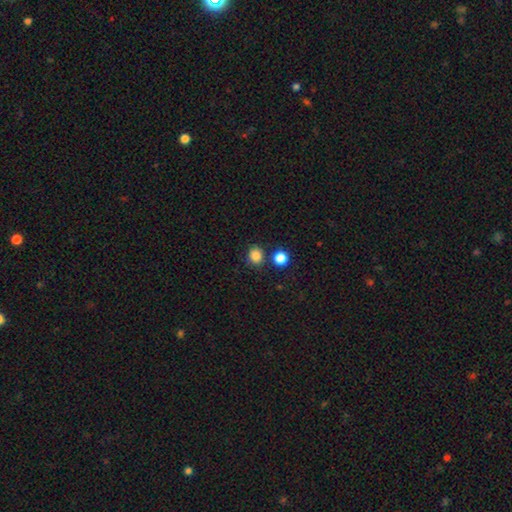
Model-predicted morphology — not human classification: smooth-or-featured: smooth: 85% | star or artifact: 12% | featured or disk: 4%
  how-rounded: round: 78% | in between: 21% | cigar-shaped: 1%
  merging: none: 79% | merger: 9% | minor disturbance: 9% | major disturbance: 3%